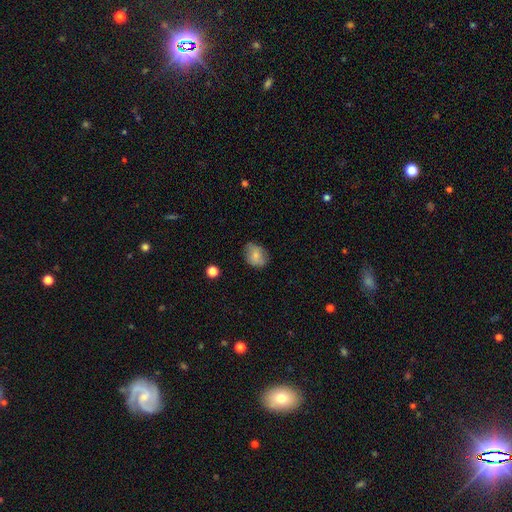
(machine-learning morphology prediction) smooth 75%, featured or disk 17%, star or artifact 8%. Down the decision tree: how rounded — in between (54%); merging — none (69%).